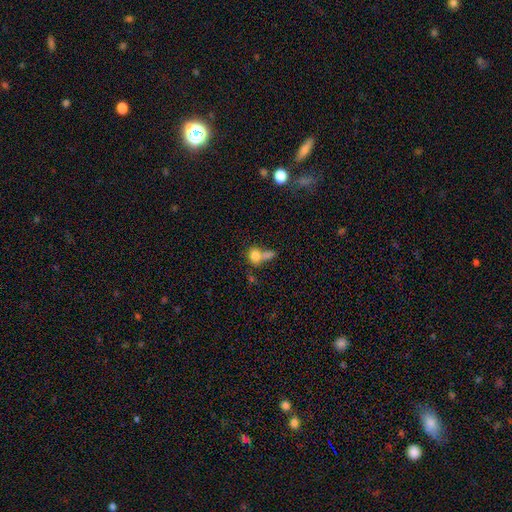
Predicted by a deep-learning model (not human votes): A smooth galaxy with no disk features (76%) that is round (62%). Merging: merger (53%).